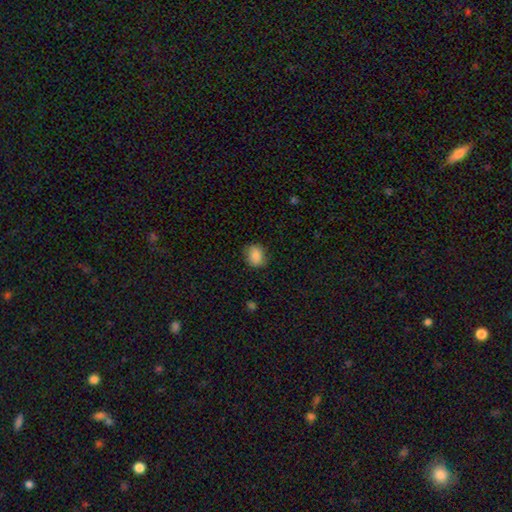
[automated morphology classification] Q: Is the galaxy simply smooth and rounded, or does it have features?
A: smooth — 87%.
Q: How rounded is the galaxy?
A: in between — 52%.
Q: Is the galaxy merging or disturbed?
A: none — 82%.